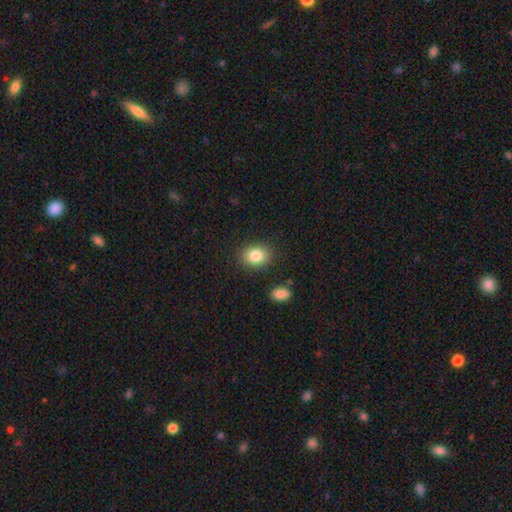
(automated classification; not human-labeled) Q: Smooth or featured?
A: smooth (84%); runner-up: star or artifact (9%)
Q: How rounded?
A: in between (63%); runner-up: round (36%)
Q: Merging?
A: none (86%); runner-up: minor disturbance (9%)